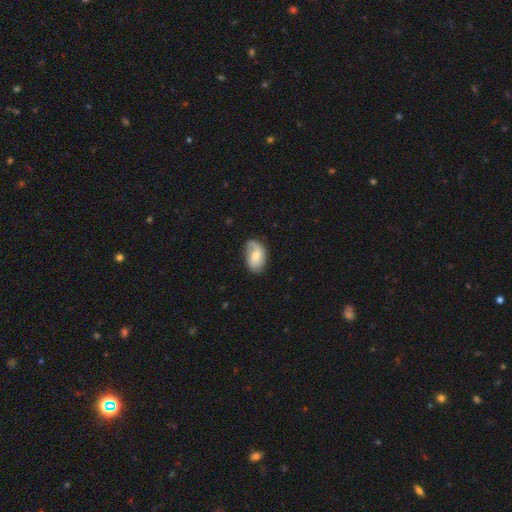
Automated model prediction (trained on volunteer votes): A featured or disk galaxy (53%) with no bar (64%), spiral arms (84%) and a moderate central bulge (53%).

Vote fractions:
- Smooth or featured? featured or disk: 53% / smooth: 41% / star or artifact: 7%
- Edge-on disk? no: 95% / yes: 5%
- Bar? no: 64% / weak: 30% / strong: 6%
- Spiral arms? yes: 84% / no: 16%
- Bulge size? moderate: 53% / small: 40% / large: 3% / none: 3% / dominant: 1%
- Merging? none: 61% / minor disturbance: 27% / major disturbance: 10% / merger: 2%